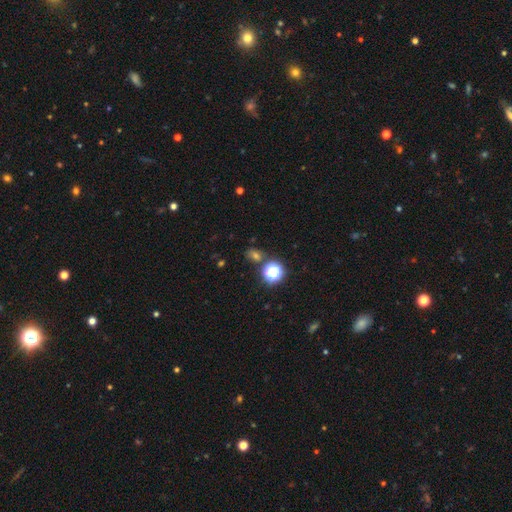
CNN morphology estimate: The model was most divided on "smooth or featured": smooth: 53%, star or artifact: 38%, featured or disk: 9%. More confident: merging — none (75%); how rounded — round (59%).